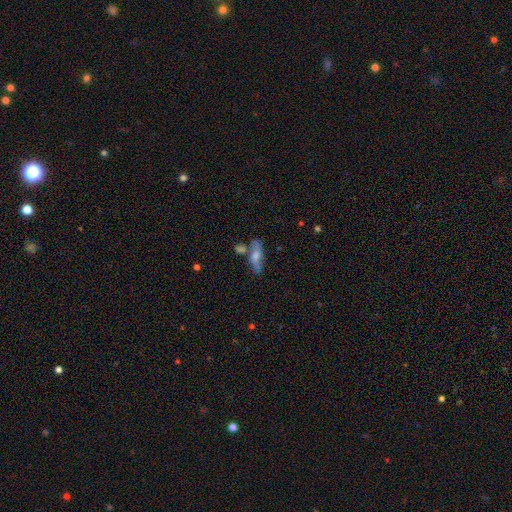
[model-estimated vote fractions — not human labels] Morphology: type=smooth (47%); merging=none (55%).